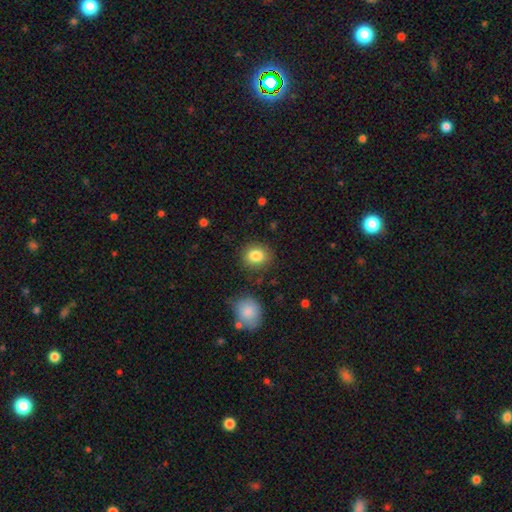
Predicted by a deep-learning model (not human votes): A smooth galaxy with no disk features (85%) that is round (67%). Merging: none (83%).